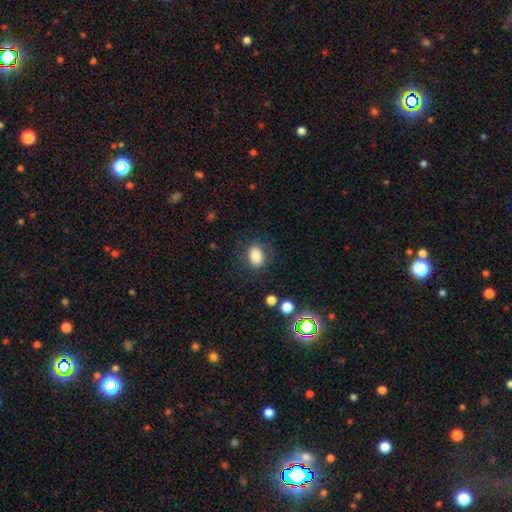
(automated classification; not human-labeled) Overall: smooth (82%). How rounded: in between (68%; round 31%). Merging: none (75%).